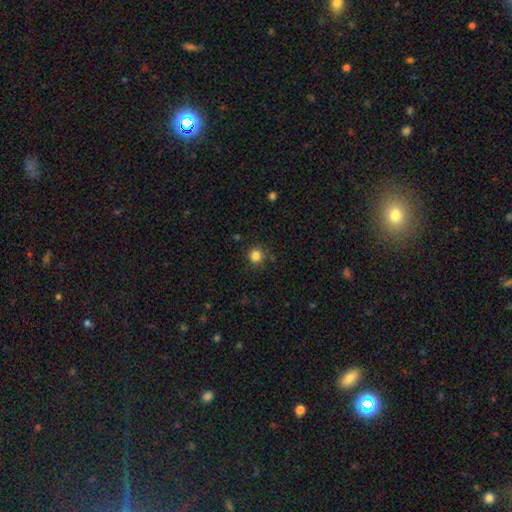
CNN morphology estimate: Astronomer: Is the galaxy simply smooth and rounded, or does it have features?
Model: smooth — 84%.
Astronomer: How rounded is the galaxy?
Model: round — 94%.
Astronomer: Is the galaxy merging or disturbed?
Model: none — 85%.